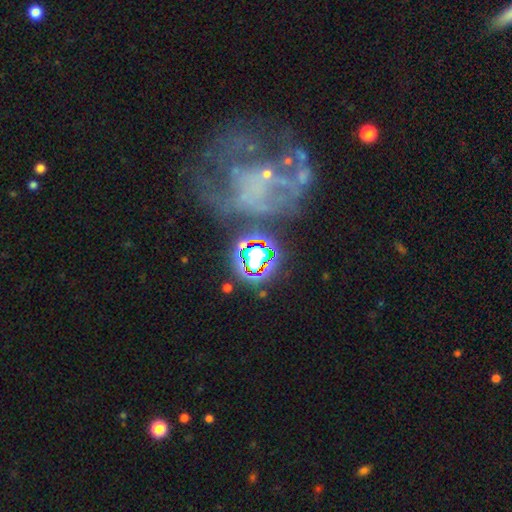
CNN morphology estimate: A star or artifact, not a galaxy (55%).

Vote fractions:
- Smooth or featured? star or artifact: 55% / featured or disk: 23% / smooth: 22%